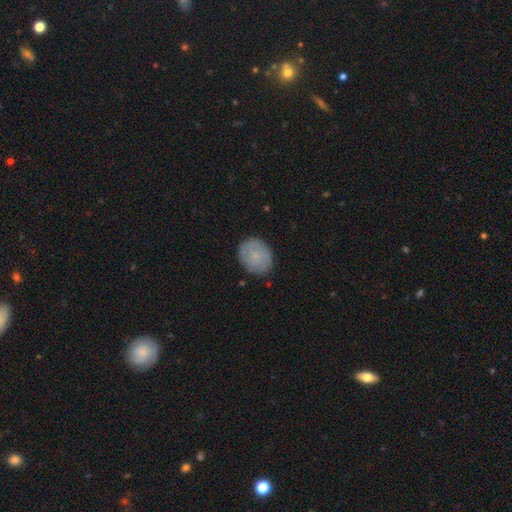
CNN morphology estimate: This appears to be a smooth galaxy with no disk features (70%) that is round (56%). Merging: none (82%).